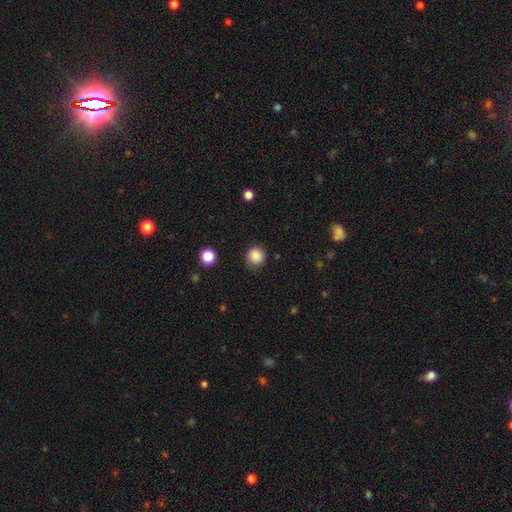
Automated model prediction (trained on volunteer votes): A smooth galaxy with no disk features (87%) that is round (91%). Merging: none (86%).